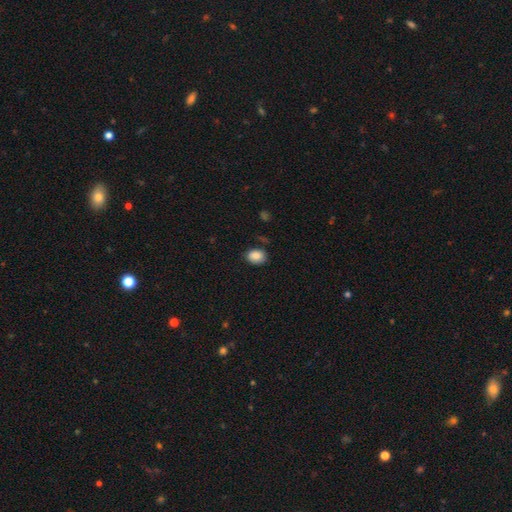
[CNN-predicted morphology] Smooth or featured? smooth (87%)
How rounded? in between (61%)
Merging? none (80%)